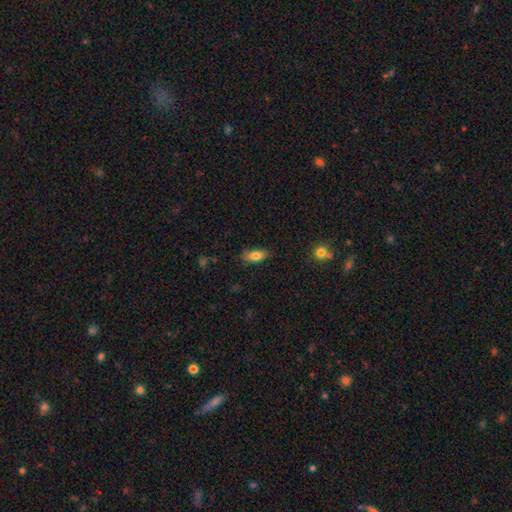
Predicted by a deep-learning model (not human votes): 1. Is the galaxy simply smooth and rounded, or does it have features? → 79% smooth, 13% featured or disk, 8% star or artifact.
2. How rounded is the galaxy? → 80% in between, 17% cigar-shaped, 3% round.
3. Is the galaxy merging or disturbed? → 79% none, 16% minor disturbance, 3% major disturbance, 2% merger.